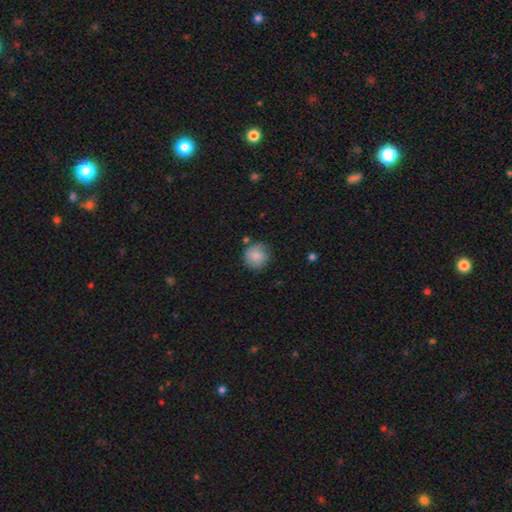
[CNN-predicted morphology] Q: Smooth or featured?
A: smooth (84%); runner-up: featured or disk (9%)
Q: How rounded?
A: round (92%); runner-up: in between (7%)
Q: Merging?
A: none (78%); runner-up: minor disturbance (15%)